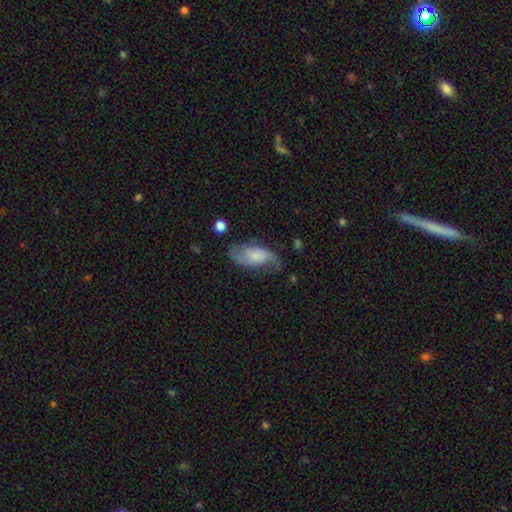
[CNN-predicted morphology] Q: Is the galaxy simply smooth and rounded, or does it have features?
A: featured or disk — 57%.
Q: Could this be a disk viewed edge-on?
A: no — 94%.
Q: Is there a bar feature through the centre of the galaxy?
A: no — 65%.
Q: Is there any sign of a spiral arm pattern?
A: yes — 88%.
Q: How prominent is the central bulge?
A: small — 47%.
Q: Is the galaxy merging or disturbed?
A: none — 59%.